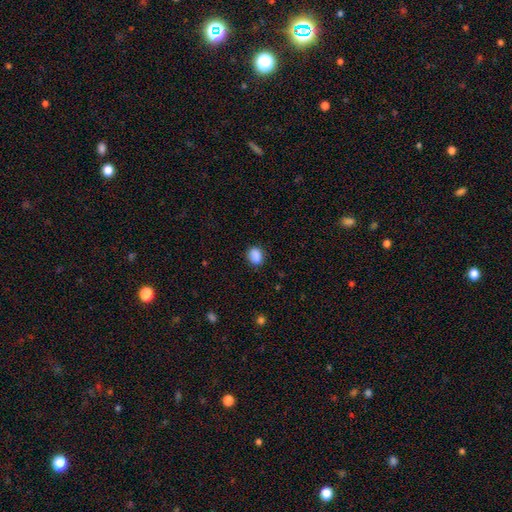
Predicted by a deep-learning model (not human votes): Morphology: type=smooth (87%); roundness=in between (52%); merging=none (81%).